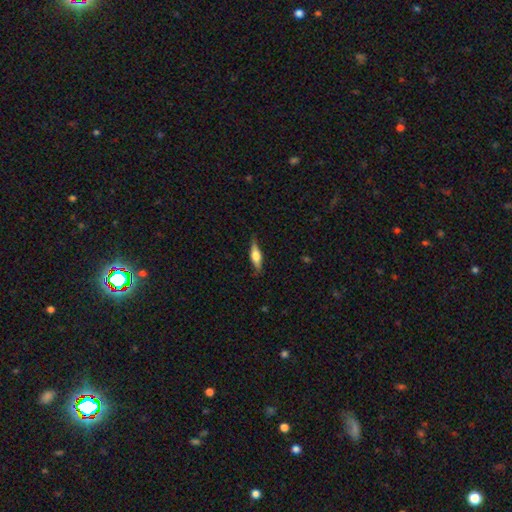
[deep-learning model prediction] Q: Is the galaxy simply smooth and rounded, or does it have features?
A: featured or disk — 49%.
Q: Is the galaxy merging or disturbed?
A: none — 81%.